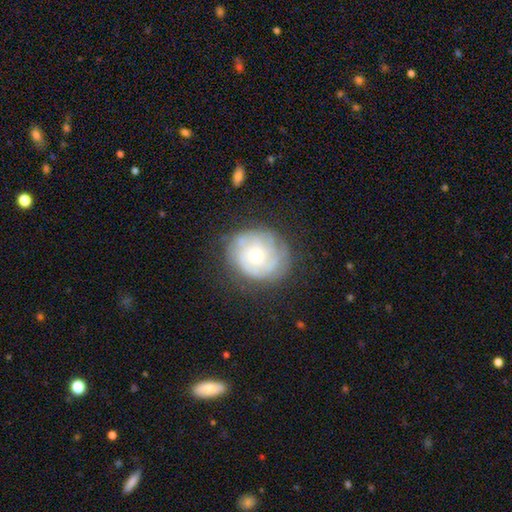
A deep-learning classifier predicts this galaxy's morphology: Q: Smooth or featured?
A: featured or disk (67%); runner-up: smooth (26%)
Q: Edge-on disk?
A: no (98%); runner-up: yes (2%)
Q: Bar?
A: no (81%); runner-up: weak (17%)
Q: Spiral arms?
A: yes (81%); runner-up: no (19%)
Q: Spiral winding?
A: tight (68%); runner-up: medium (24%)
Q: Spiral arm count?
A: can't tell (52%); runner-up: 2 (17%)
Q: Bulge size?
A: moderate (48%); tied with: small (48%)
Q: Merging?
A: none (72%); runner-up: minor disturbance (19%)